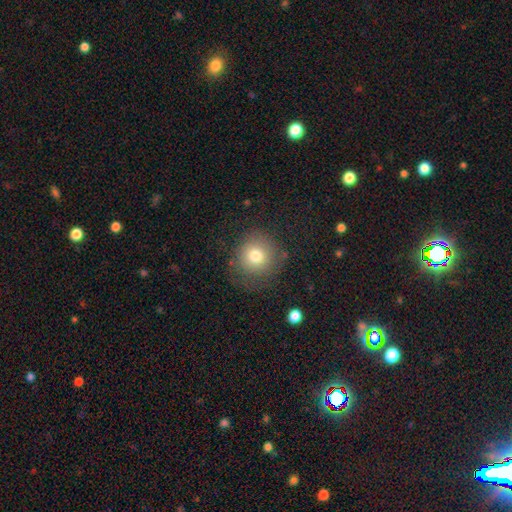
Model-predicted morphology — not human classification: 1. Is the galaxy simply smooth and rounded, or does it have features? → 76% smooth, 12% featured or disk, 12% star or artifact.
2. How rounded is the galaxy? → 90% round, 9% in between, 1% cigar-shaped.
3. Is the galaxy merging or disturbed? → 75% none, 15% minor disturbance, 8% major disturbance, 2% merger.